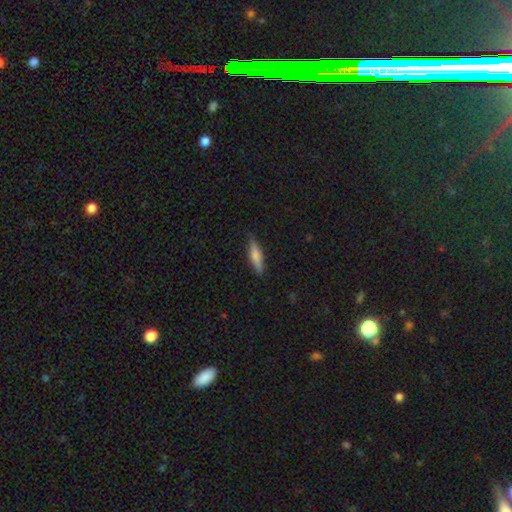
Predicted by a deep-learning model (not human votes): A smooth galaxy with no disk features (68%) that is cigar-shaped (71%).

Vote fractions:
- Smooth or featured? smooth: 68% / featured or disk: 26% / star or artifact: 6%
- How rounded? cigar-shaped: 71% / in between: 27% / round: 2%
- Merging? none: 80% / minor disturbance: 16% / major disturbance: 3% / merger: 1%